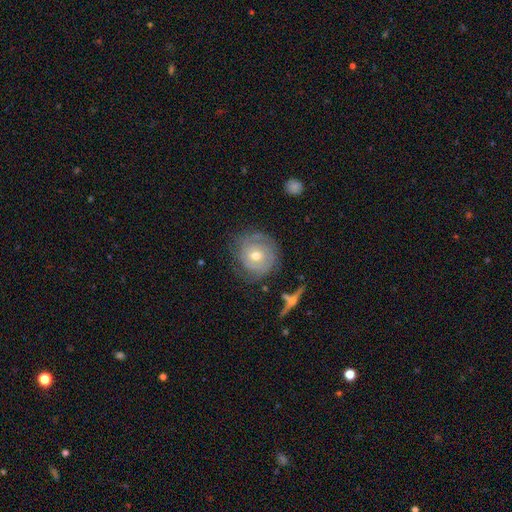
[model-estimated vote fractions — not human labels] smooth_or_featured: featured or disk (p=0.65) [alt: smooth p=0.27]
disk_edge_on: no (p=0.95) [alt: yes p=0.05]
bar: no (p=0.74) [alt: weak p=0.22]
has_spiral_arms: yes (p=0.79) [alt: no p=0.21]
bulge_size: moderate (p=0.64) [alt: small p=0.31]
merging: none (p=0.72) [alt: minor disturbance p=0.19]